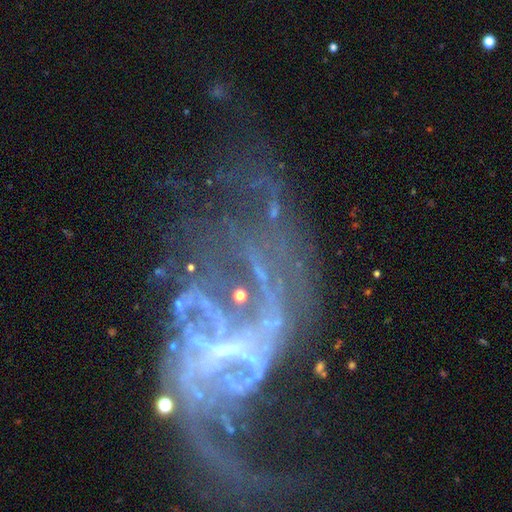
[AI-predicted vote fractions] This appears to be a featured or disk galaxy (84%) with a weak bar (41%), 2 (51%) loose (66%) spiral arms (85%) and a small central bulge (54%). Merging: major disturbance (46%).